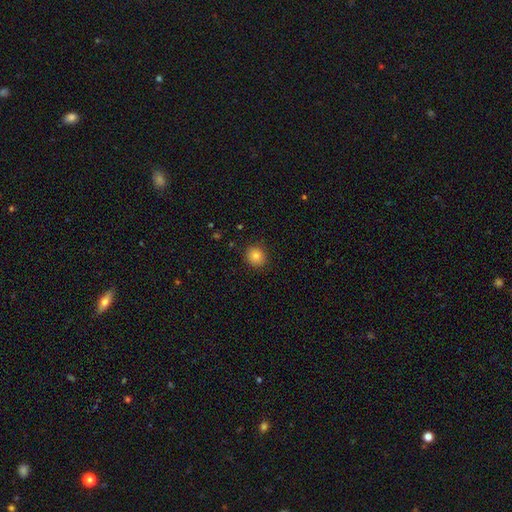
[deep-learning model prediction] Smooth or featured? Predicted: smooth (p=0.84). How rounded? Predicted: round (p=0.86). Merging? Predicted: none (p=0.89).